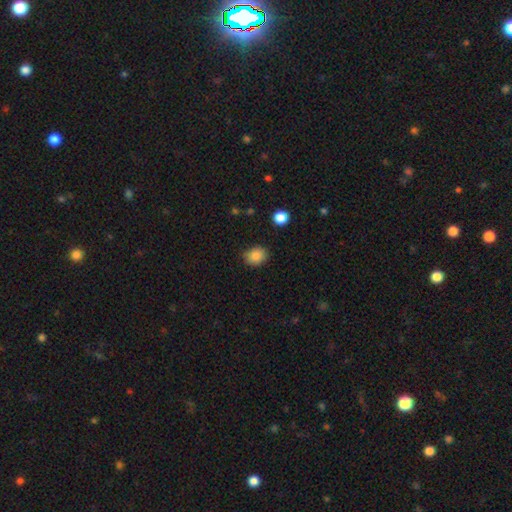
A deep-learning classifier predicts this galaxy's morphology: Smooth or featured? smooth (85%)
How rounded? round (56%)
Merging? none (83%)